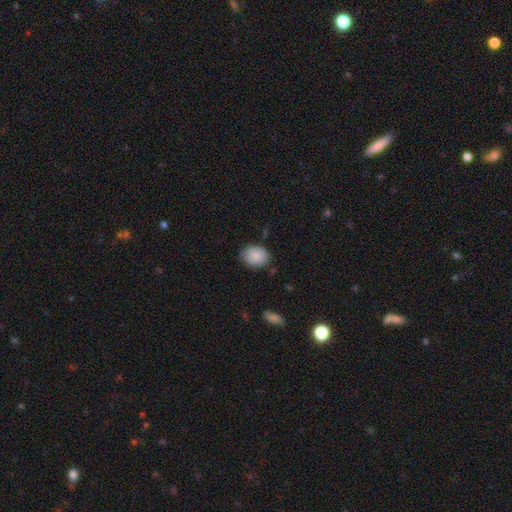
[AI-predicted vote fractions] A smooth galaxy with no disk features (88%) that is in between round and cigar-shaped (54%). Merging: none (76%).